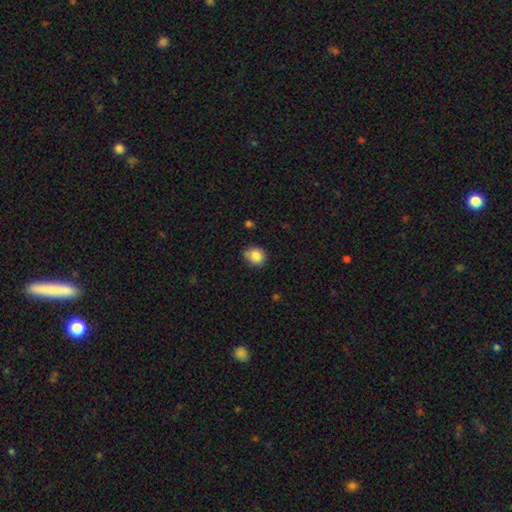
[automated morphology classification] Smooth or featured? Predicted: smooth (p=0.85). How rounded? Predicted: round (p=0.78). Merging? Predicted: none (p=0.71).